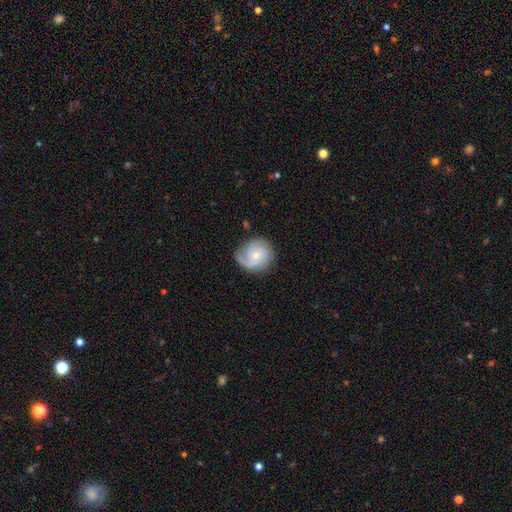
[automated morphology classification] Smooth or featured? featured or disk (65%)
Edge-on disk? no (97%)
Bar? no (72%)
Spiral arms? yes (91%)
Spiral winding? tight (46%)
Spiral arm count? 2 (37%)
Bulge size? small (55%)
Merging? none (71%)